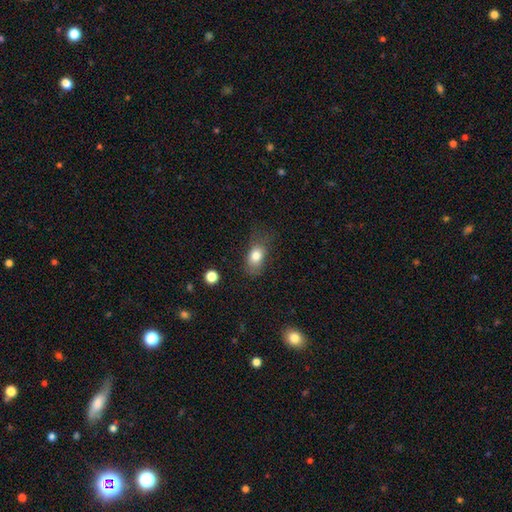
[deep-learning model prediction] A smooth galaxy with no disk features (80%) that is in between round and cigar-shaped (78%). Merging: none (50%).